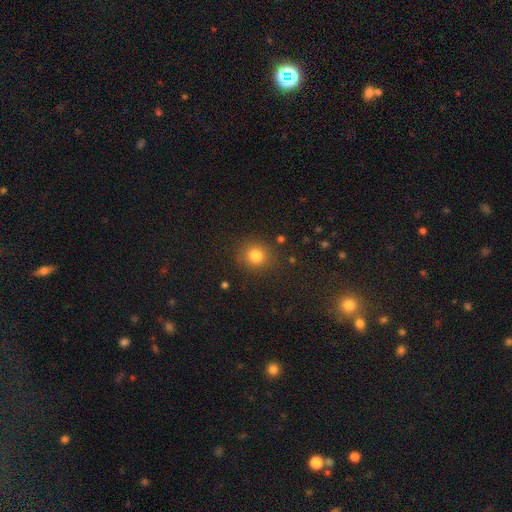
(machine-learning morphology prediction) The model was most divided on "smooth or featured": smooth: 81%, star or artifact: 13%, featured or disk: 6%. More confident: merging — none (87%); how rounded — round (86%).